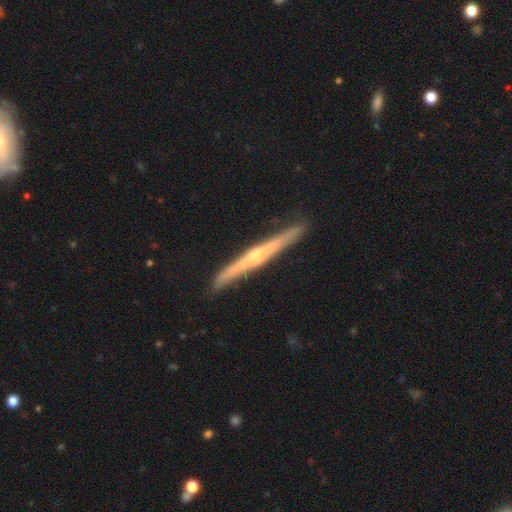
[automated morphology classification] The model was most divided on "edge-on bulge": rounded: 75%, none: 20%, boxy: 5%. More confident: edge-on disk — yes (97%); merging — none (90%); smooth or featured — featured or disk (76%).